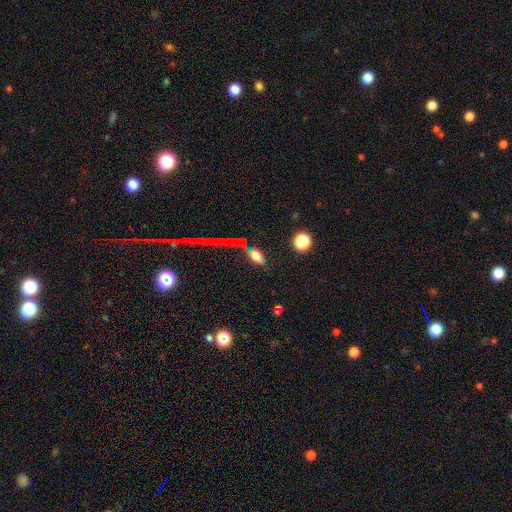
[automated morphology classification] Smooth or featured? Predicted: smooth (p=0.73). How rounded? Predicted: in between (p=0.81). Merging? Predicted: none (p=0.60).